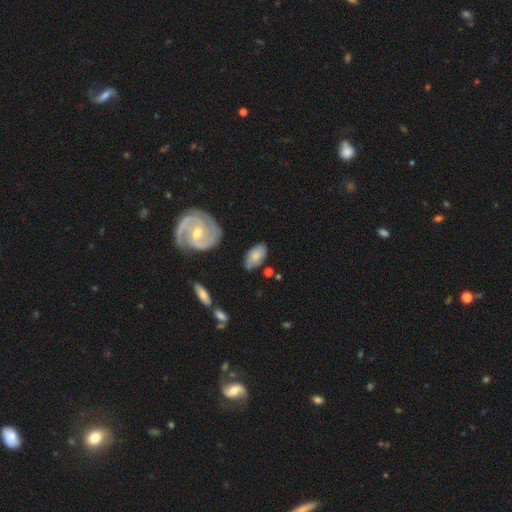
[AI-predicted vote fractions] smooth-or-featured: smooth: 67% | featured or disk: 25% | star or artifact: 7%
  how-rounded: in between: 92% | round: 6% | cigar-shaped: 3%
  merging: none: 73% | minor disturbance: 19% | major disturbance: 5% | merger: 4%